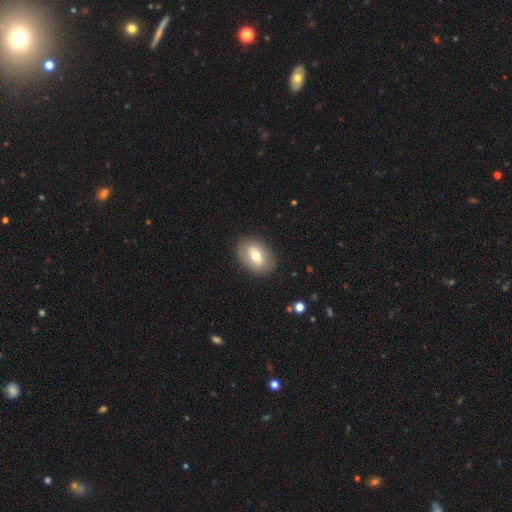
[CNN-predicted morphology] This is likely a smooth galaxy (68%). How rounded: likely in between (77%). Merging: clearly none (86%).